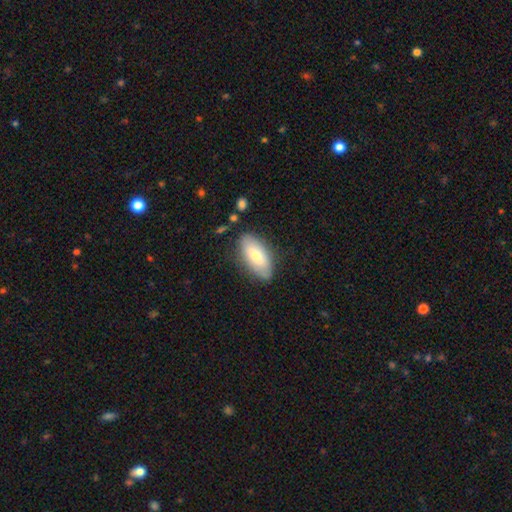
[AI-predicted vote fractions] The model was most divided on "smooth or featured": smooth: 70%, featured or disk: 23%, star or artifact: 6%. More confident: how rounded — in between (88%); merging — none (79%).